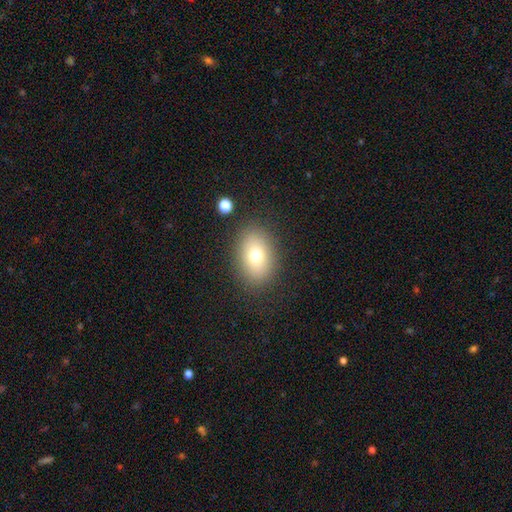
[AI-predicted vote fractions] Smooth or featured? Predicted: smooth (p=0.73). How rounded? Predicted: in between (p=0.76). Merging? Predicted: none (p=0.85).